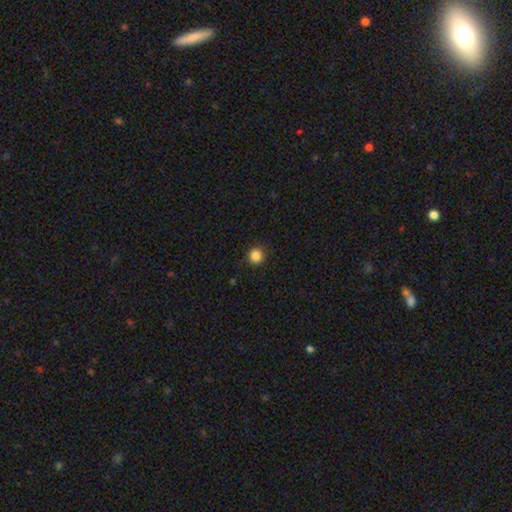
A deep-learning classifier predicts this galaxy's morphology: A smooth galaxy with no disk features (86%) that is round (94%).

Vote fractions:
- Smooth or featured? smooth: 86% / star or artifact: 11% / featured or disk: 3%
- How rounded? round: 94% / in between: 5% / cigar-shaped: 1%
- Merging? none: 90% / minor disturbance: 7% / major disturbance: 2% / merger: 1%